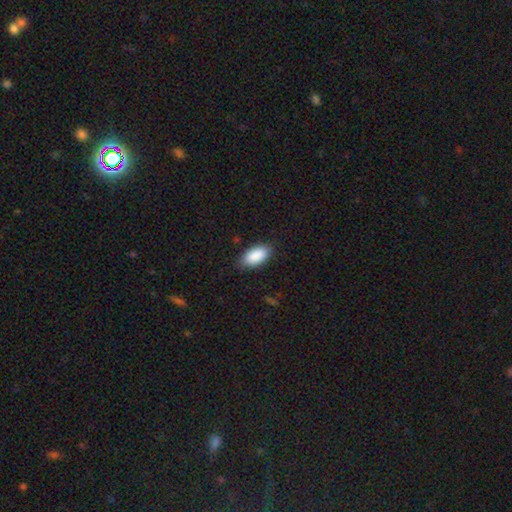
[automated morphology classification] Smooth or featured? Predicted: smooth (p=0.90). How rounded? Predicted: in between (p=0.93). Merging? Predicted: none (p=0.82).